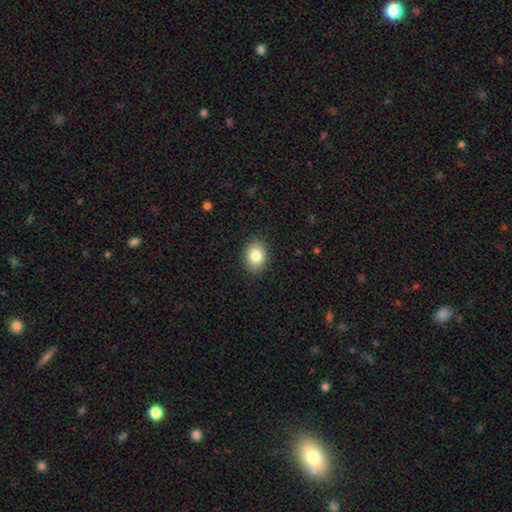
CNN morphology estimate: Smooth or featured?
  - smooth: 84% *
  - star or artifact: 8%
  - featured or disk: 8%
How rounded?
  - in between: 69% *
  - round: 30%
  - cigar-shaped: 1%
Merging?
  - none: 88% *
  - minor disturbance: 9%
  - major disturbance: 2%
  - merger: 1%